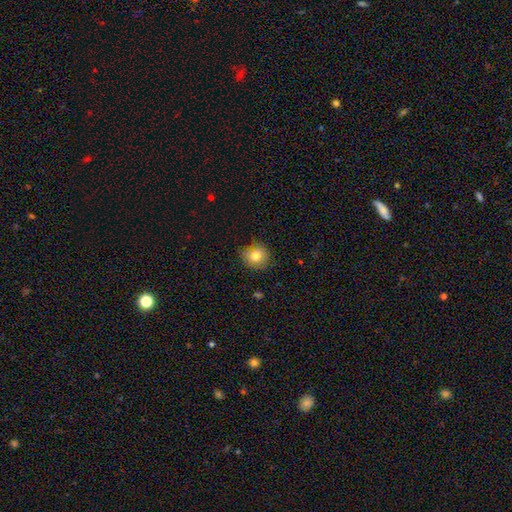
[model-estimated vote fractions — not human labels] smooth 79%, star or artifact 11%, featured or disk 10%. Down the decision tree: how rounded — round (87%); merging — none (79%).